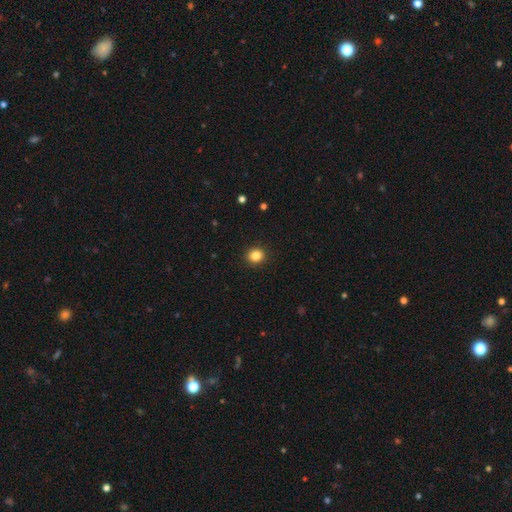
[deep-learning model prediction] Smooth or featured: smooth — 85% (star or artifact — 11%)
How rounded: round — 83% (in between — 16%)
Merging: none — 92% (minor disturbance — 5%)